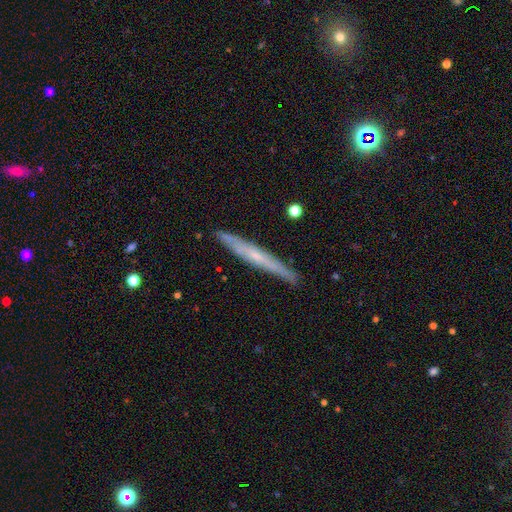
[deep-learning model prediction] This appears to be a featured or disk galaxy (58%) viewed edge-on (93%) with no central bulge (59%). Merging: none (89%).